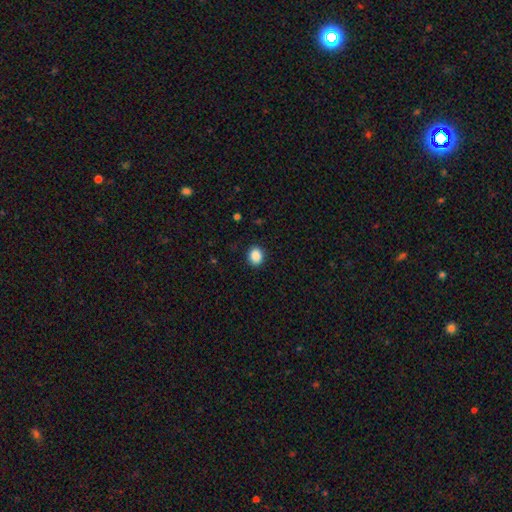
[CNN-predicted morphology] This appears to be a smooth galaxy with no disk features (88%) that is round (64%). Merging: none (89%).